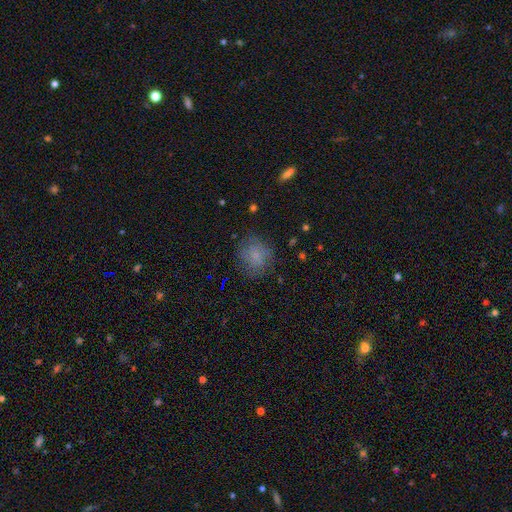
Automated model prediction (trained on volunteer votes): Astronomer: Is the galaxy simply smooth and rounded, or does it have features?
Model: smooth — 70%.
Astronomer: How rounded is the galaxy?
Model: round — 77%.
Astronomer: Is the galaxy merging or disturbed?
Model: none — 71%.